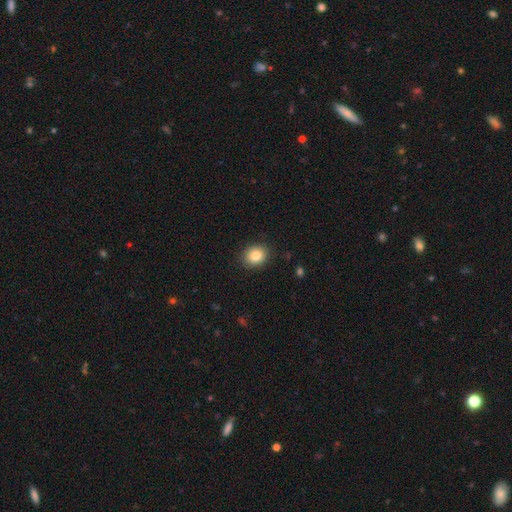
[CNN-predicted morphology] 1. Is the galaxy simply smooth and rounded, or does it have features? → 83% smooth, 10% star or artifact, 7% featured or disk.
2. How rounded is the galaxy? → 65% round, 34% in between, 1% cigar-shaped.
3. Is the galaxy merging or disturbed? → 89% none, 8% minor disturbance, 2% major disturbance, 1% merger.